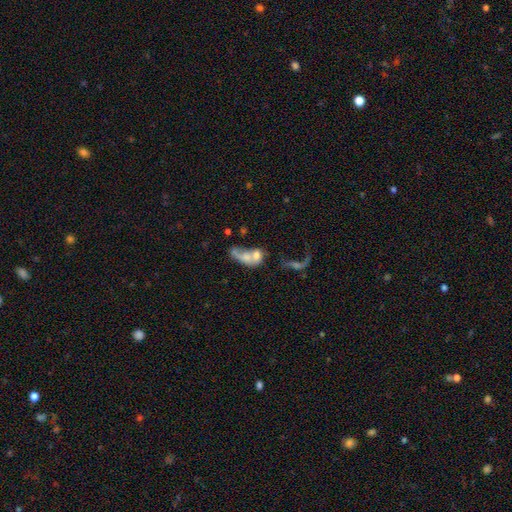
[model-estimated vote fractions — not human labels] A smooth galaxy with no disk features (48%). Merging: merger (65%).